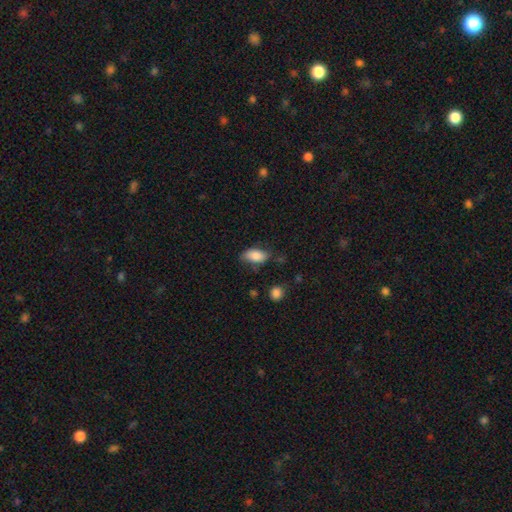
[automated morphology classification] Smooth or featured? smooth (83%)
How rounded? in between (91%)
Merging? none (65%)